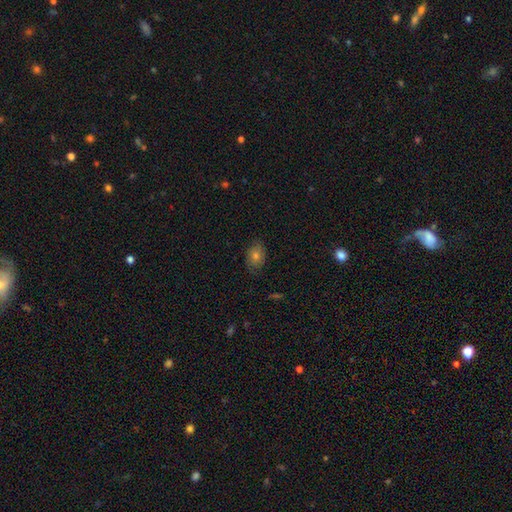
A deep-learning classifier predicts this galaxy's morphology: Smooth or featured: smooth — 62% (featured or disk — 21%)
How rounded: in between — 72% (round — 26%)
Merging: none — 79% (minor disturbance — 15%)